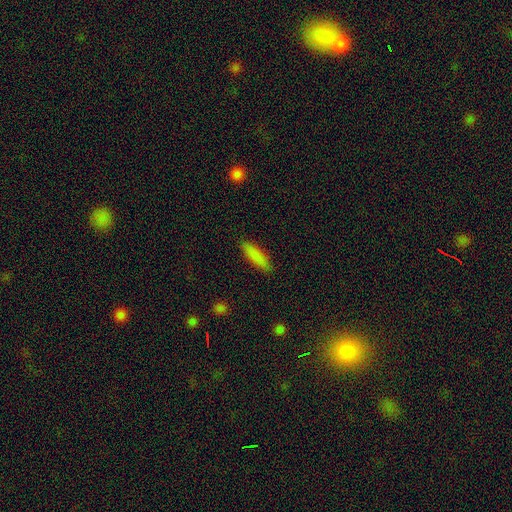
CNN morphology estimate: This is clearly a smooth galaxy (85%). How rounded: likely cigar-shaped (61%). Merging: clearly none (88%).